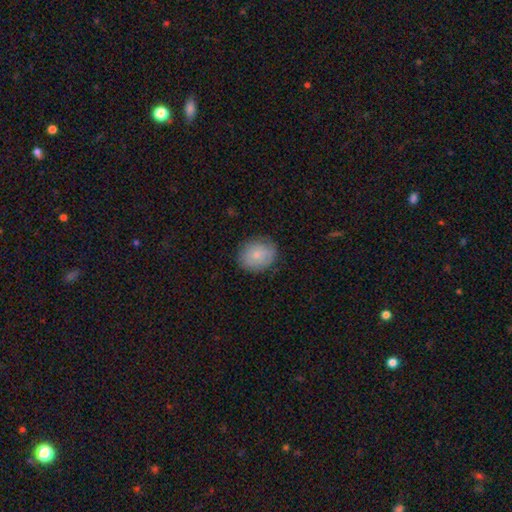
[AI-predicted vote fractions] Morphology: type=smooth (77%); roundness=round (62%); merging=none (80%).